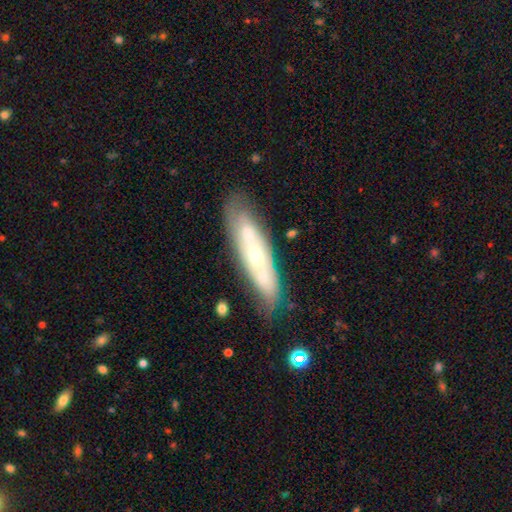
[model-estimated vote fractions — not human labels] Overall: featured or disk (69%). Edge-on disk: no (70%; yes 30%). Merging: none (76%).